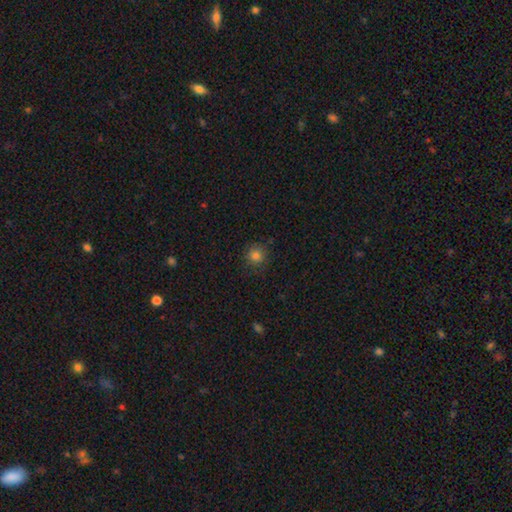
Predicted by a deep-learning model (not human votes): smooth 81%, star or artifact 13%, featured or disk 5%. Down the decision tree: how rounded — round (93%); merging — none (85%).